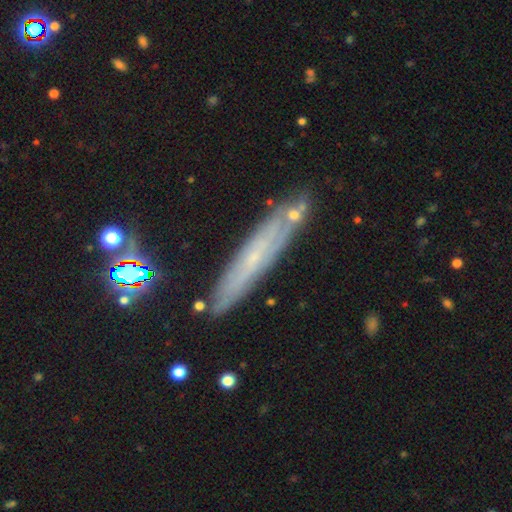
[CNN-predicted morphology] A featured or disk galaxy (52%) viewed edge-on (68%).

Vote fractions:
- Smooth or featured? featured or disk: 52% / smooth: 33% / star or artifact: 15%
- Edge-on disk? yes: 68% / no: 32%
- Merging? none: 82% / minor disturbance: 11% / merger: 4% / major disturbance: 3%